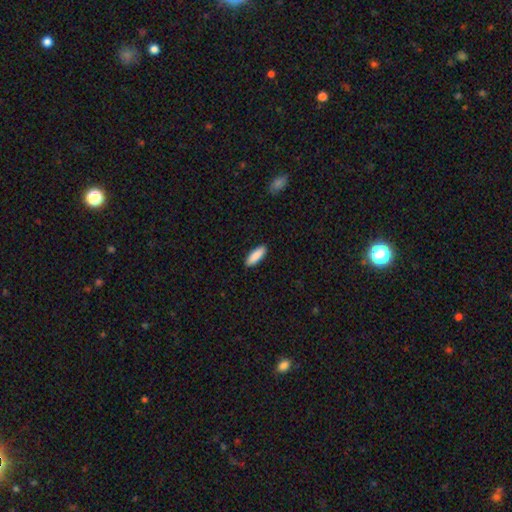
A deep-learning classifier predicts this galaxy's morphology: Smooth or featured?
  - smooth: 89% *
  - star or artifact: 6%
  - featured or disk: 5%
How rounded?
  - in between: 56% *
  - cigar-shaped: 42%
  - round: 2%
Merging?
  - none: 91% *
  - minor disturbance: 7%
  - major disturbance: 2%
  - merger: 1%